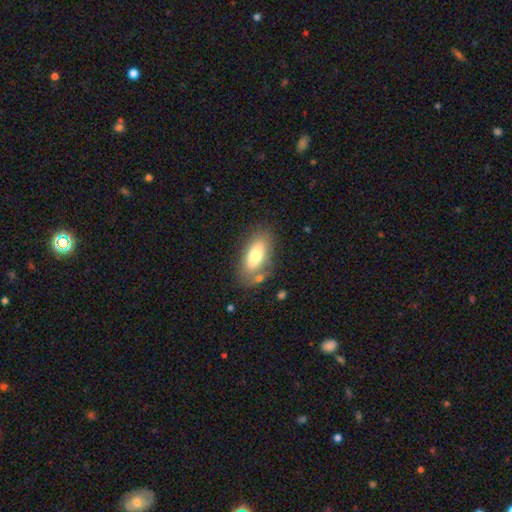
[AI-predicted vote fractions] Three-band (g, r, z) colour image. It shows a smooth galaxy with no disk features (74%) that is in between round and cigar-shaped (84%). Merging: none (73%).